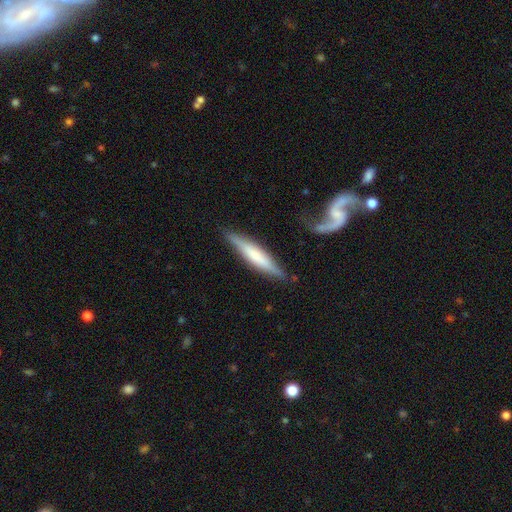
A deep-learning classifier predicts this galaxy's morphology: Smooth or featured? Predicted: featured or disk (p=0.48). Merging? Predicted: none (p=0.78).